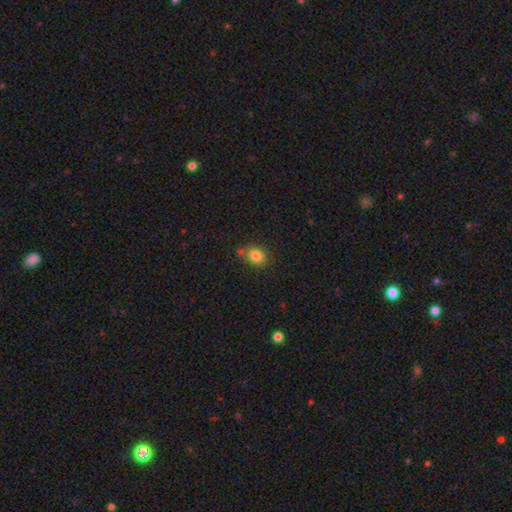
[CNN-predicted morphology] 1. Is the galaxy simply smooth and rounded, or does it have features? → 82% smooth, 11% star or artifact, 7% featured or disk.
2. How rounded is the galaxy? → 51% round, 48% in between, 1% cigar-shaped.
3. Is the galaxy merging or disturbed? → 72% none, 16% minor disturbance, 8% merger, 4% major disturbance.